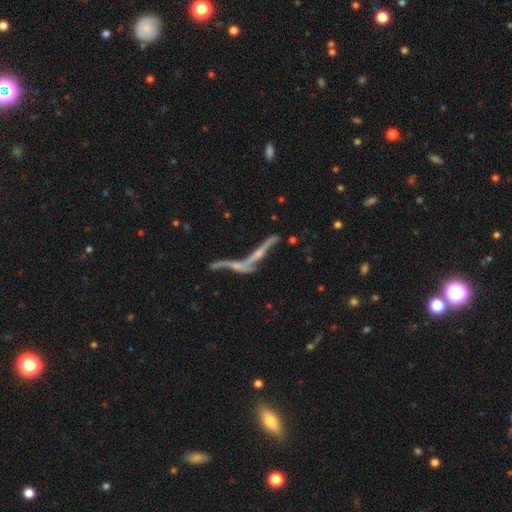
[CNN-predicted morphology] featured or disk 65%, smooth 20%, star or artifact 16%. Down the decision tree: edge-on disk — yes (66%); merging — merger (47%).